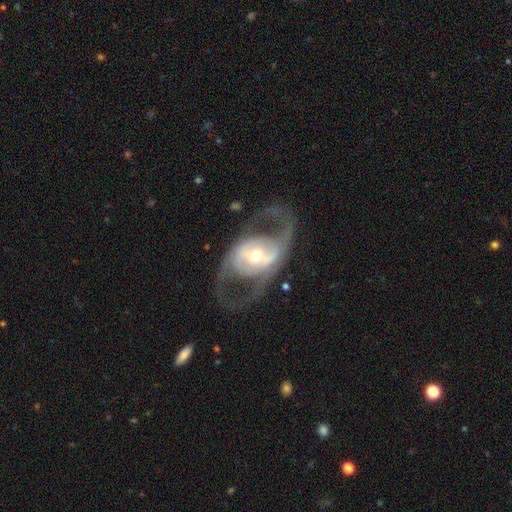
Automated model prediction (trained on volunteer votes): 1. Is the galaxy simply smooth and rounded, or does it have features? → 81% featured or disk, 14% smooth, 5% star or artifact.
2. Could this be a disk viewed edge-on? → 93% no, 7% yes.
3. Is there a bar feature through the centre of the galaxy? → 41% no, 31% weak, 28% strong.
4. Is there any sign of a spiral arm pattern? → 61% yes, 39% no.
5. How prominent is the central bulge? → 64% moderate, 23% small, 10% large, 1% dominant, 1% none.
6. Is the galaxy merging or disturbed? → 66% none, 19% major disturbance, 13% minor disturbance, 2% merger.